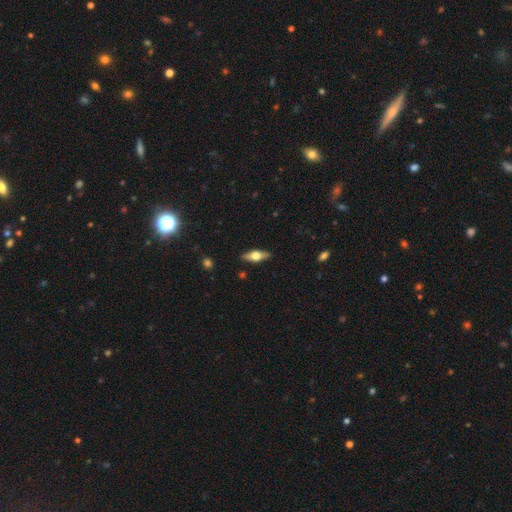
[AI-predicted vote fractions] A featured or disk galaxy (52%) viewed edge-on (91%).

Vote fractions:
- Smooth or featured? featured or disk: 52% / smooth: 42% / star or artifact: 6%
- Edge-on disk? yes: 91% / no: 9%
- Merging? none: 89% / minor disturbance: 8% / major disturbance: 2% / merger: 1%